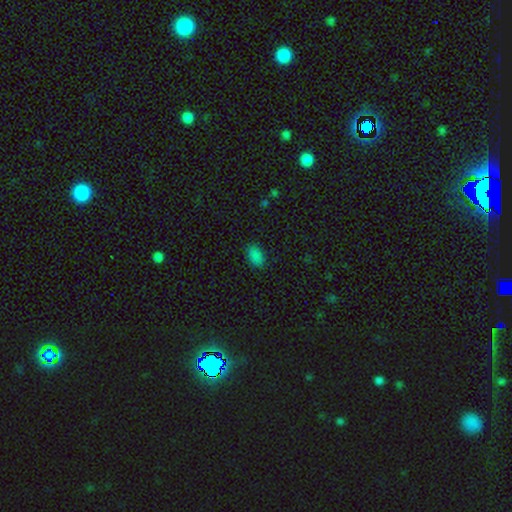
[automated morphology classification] This appears to be a smooth galaxy with no disk features (85%) that is in between round and cigar-shaped (91%). Merging: none (87%).